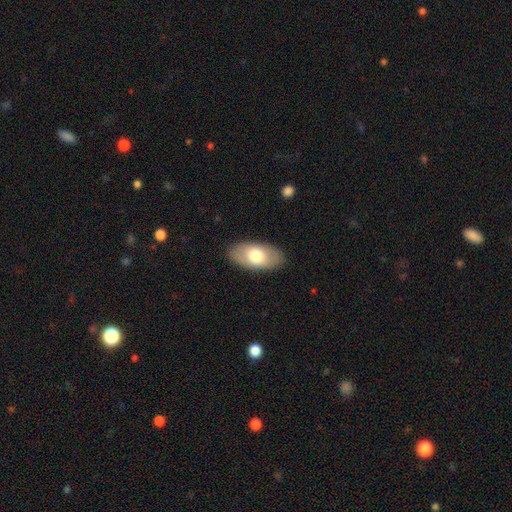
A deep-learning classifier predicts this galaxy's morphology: Overall: smooth (66%; featured or disk 28%). How rounded: in between (94%). Merging: none (87%).